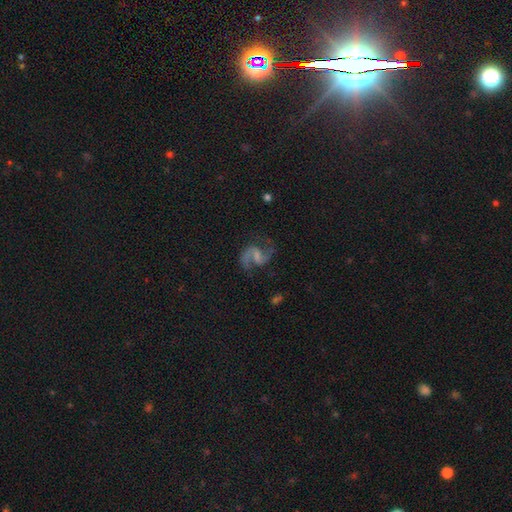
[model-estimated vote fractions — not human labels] This is clearly a featured or disk galaxy (87%). It is clearly not viewed edge-on (98%). Bar: possibly weak (54%). Spiral arm pattern: clearly yes (97%). Spiral arm count: clearly 2 (92%). Spiral winding: possibly medium (51%). Central bulge: possibly none (47%). Merging: likely none (71%).